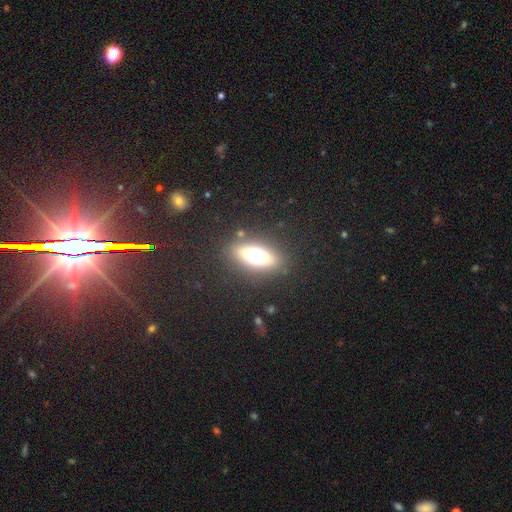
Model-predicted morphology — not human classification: Q: Smooth or featured?
A: smooth (52%); runner-up: featured or disk (34%)
Q: How rounded?
A: in between (65%); runner-up: cigar-shaped (28%)
Q: Merging?
A: none (84%); runner-up: minor disturbance (10%)